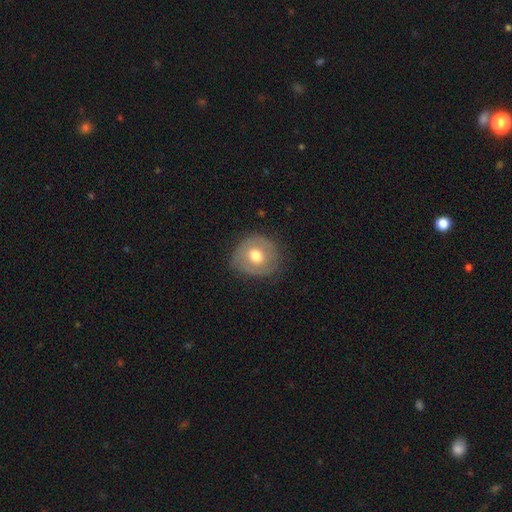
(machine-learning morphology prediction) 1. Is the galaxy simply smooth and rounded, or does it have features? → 58% smooth, 35% featured or disk, 7% star or artifact.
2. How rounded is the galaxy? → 81% round, 18% in between, 1% cigar-shaped.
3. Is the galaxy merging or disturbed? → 78% none, 16% minor disturbance, 5% major disturbance, 1% merger.